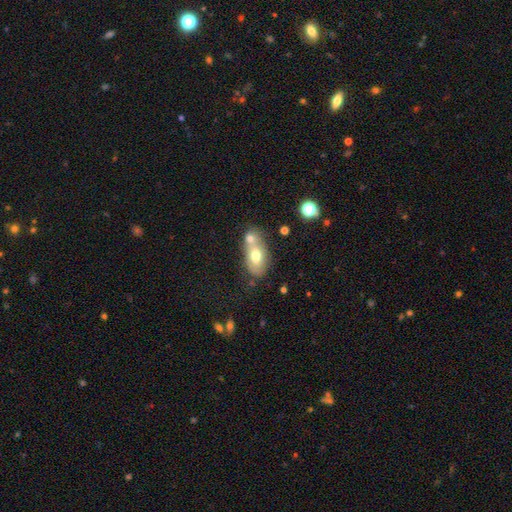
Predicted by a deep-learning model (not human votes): Smooth or featured? smooth (65%)
How rounded? in between (85%)
Merging? merger (51%)